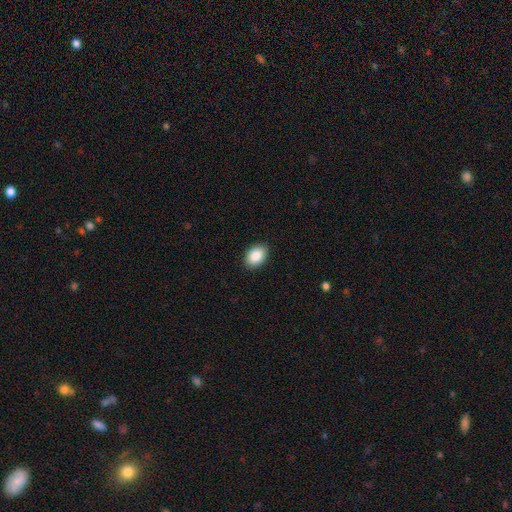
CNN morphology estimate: smooth-or-featured: smooth: 88% | star or artifact: 7% | featured or disk: 5%
  how-rounded: in between: 85% | round: 14% | cigar-shaped: 1%
  merging: none: 90% | minor disturbance: 8% | major disturbance: 2% | merger: 1%